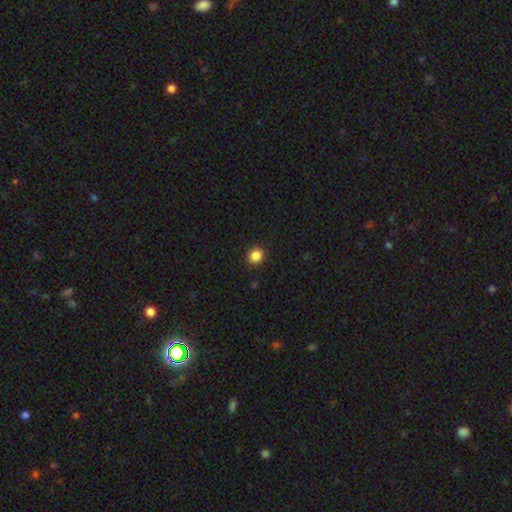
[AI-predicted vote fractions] The model was most divided on "how rounded": round: 81%, in between: 18%, cigar-shaped: 1%. More confident: merging — none (92%); smooth or featured — smooth (86%).